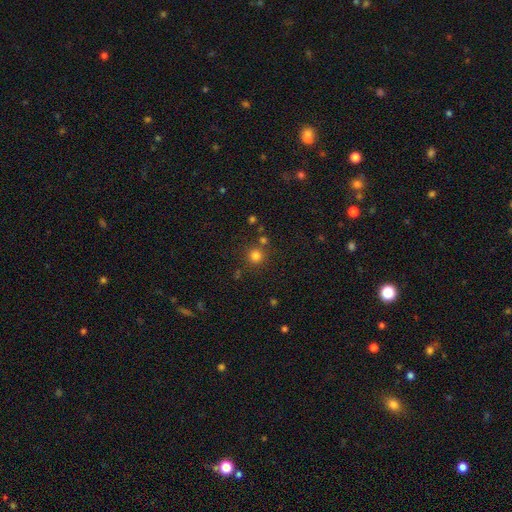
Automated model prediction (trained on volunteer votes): This appears to be a smooth galaxy with no disk features (79%) that is round (94%). Merging: none (80%).